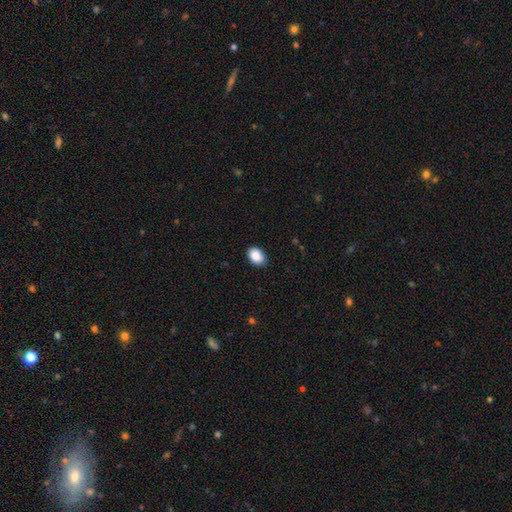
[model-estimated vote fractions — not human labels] This is clearly a smooth galaxy (89%). How rounded: clearly in between (81%). Merging: clearly none (82%).